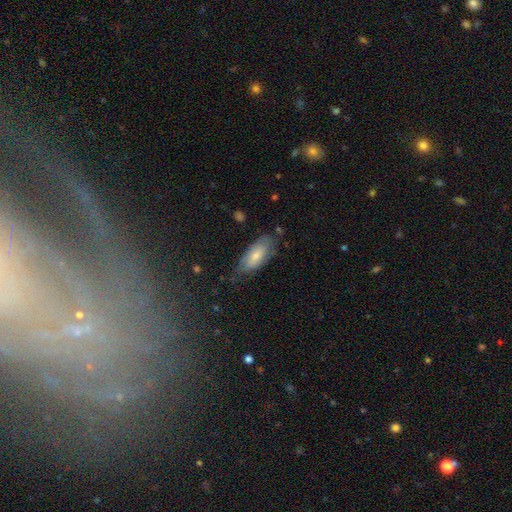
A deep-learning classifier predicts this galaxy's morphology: Smooth or featured: smooth — 72% (featured or disk — 22%)
How rounded: in between — 84% (cigar-shaped — 14%)
Merging: none — 61% (minor disturbance — 30%)